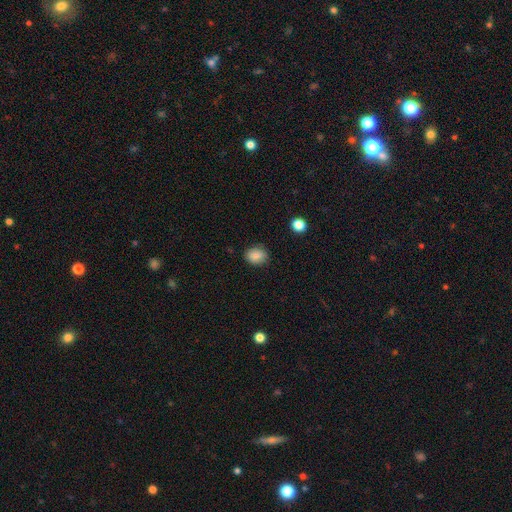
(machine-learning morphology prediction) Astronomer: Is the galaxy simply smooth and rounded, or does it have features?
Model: smooth — 86%.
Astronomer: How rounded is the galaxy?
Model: in between — 50% (runner-up: round, 49%).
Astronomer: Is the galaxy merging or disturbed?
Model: none — 81%.